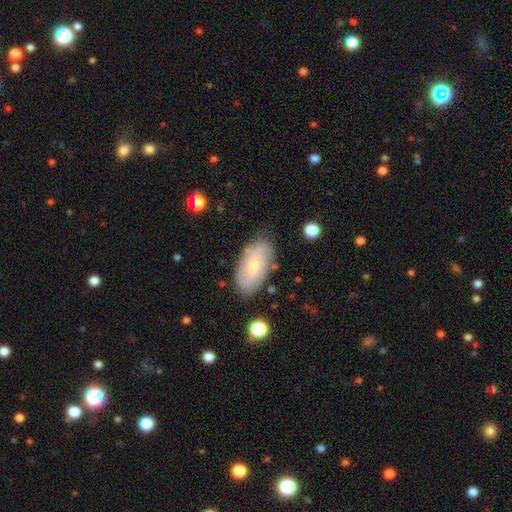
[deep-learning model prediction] A featured or disk galaxy (51%).

Vote fractions:
- Smooth or featured? featured or disk: 51% / smooth: 42% / star or artifact: 7%
- Edge-on disk? no: 92% / yes: 8%
- Merging? none: 76% / minor disturbance: 17% / major disturbance: 5% / merger: 3%